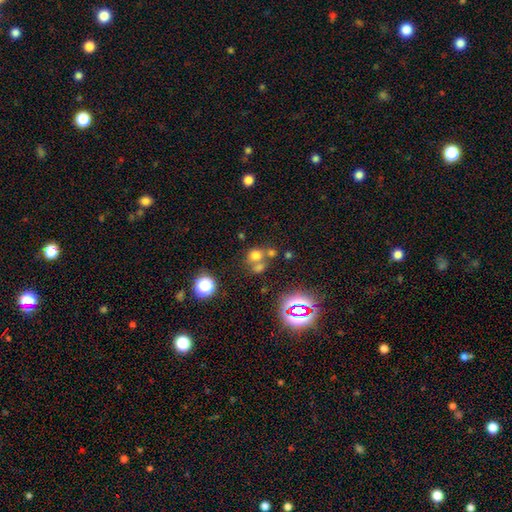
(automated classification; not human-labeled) smooth-or-featured: smooth: 66% | star or artifact: 23% | featured or disk: 11%
  how-rounded: round: 78% | in between: 21% | cigar-shaped: 1%
  merging: none: 46% | merger: 40% | minor disturbance: 9% | major disturbance: 5%